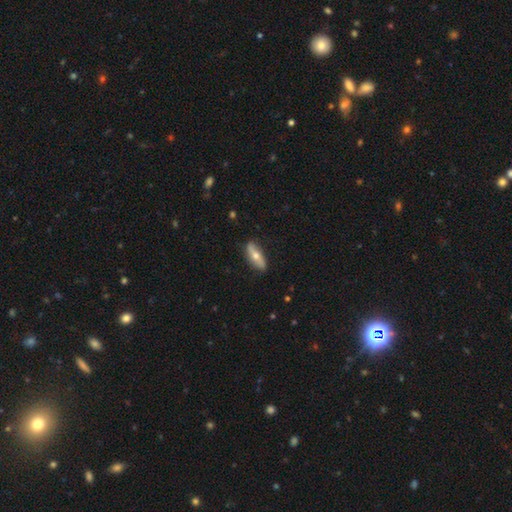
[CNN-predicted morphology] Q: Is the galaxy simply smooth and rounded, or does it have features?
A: smooth — 51%.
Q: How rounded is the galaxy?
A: in between — 61%.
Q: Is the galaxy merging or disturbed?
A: none — 82%.